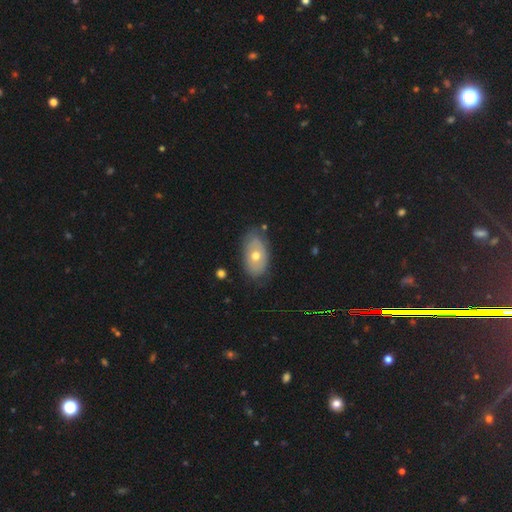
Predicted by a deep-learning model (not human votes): Smooth or featured? smooth (50%)
How rounded? in between (89%)
Merging? none (73%)